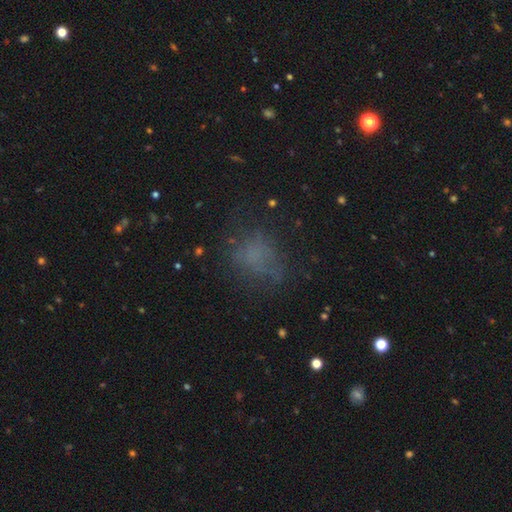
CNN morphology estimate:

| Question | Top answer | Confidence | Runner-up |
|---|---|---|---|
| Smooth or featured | smooth | 59% | star or artifact (23%) |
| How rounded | round | 51% | in between (47%) |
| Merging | none | 58% | minor disturbance (21%) |